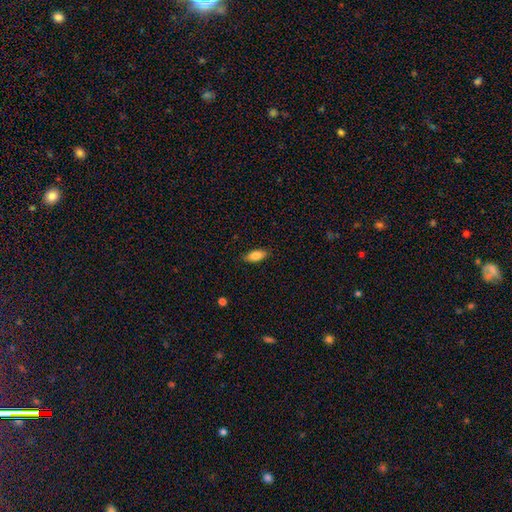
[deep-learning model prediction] smooth 83%, featured or disk 10%, star or artifact 7%. Down the decision tree: how rounded — in between (85%); merging — none (87%).